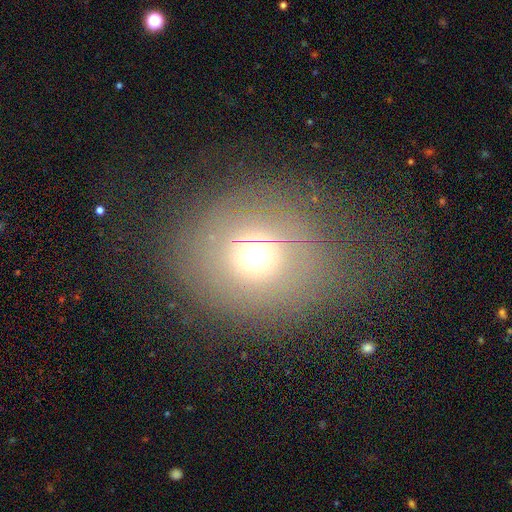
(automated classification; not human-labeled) A smooth galaxy with no disk features (58%) that is round (79%). Merging: none (67%).